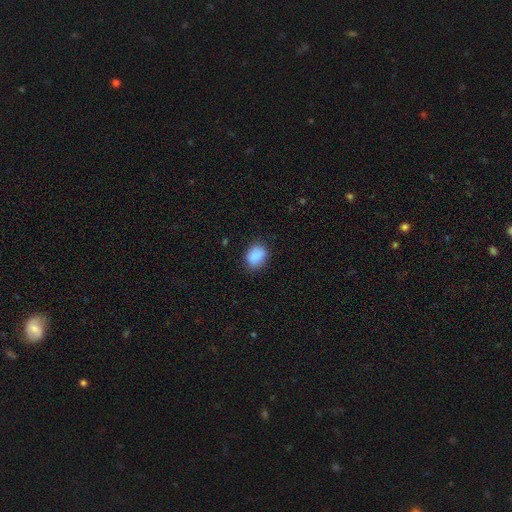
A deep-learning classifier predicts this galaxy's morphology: smooth_or_featured: smooth (p=0.89) [alt: star or artifact p=0.08]
how_rounded: in between (p=0.70) [alt: round p=0.29]
merging: none (p=0.82) [alt: minor disturbance p=0.14]